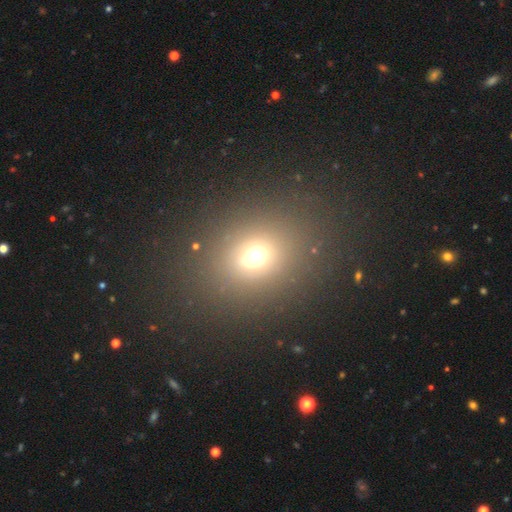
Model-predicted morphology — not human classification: Q: Smooth or featured?
A: smooth (63%); runner-up: star or artifact (24%)
Q: How rounded?
A: round (66%); runner-up: in between (33%)
Q: Merging?
A: none (63%); runner-up: merger (23%)